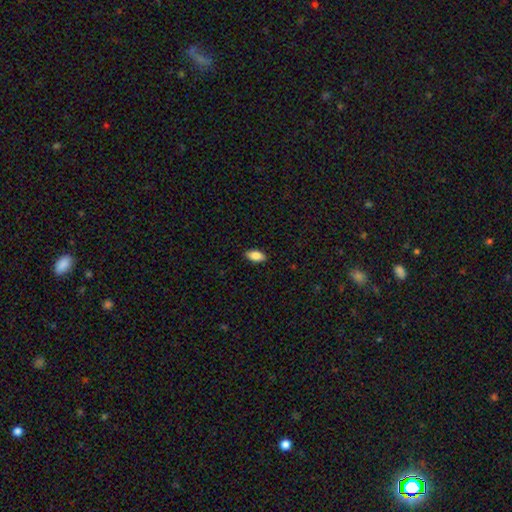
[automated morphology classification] Overall: smooth (87%). How rounded: in between (91%). Merging: none (90%).